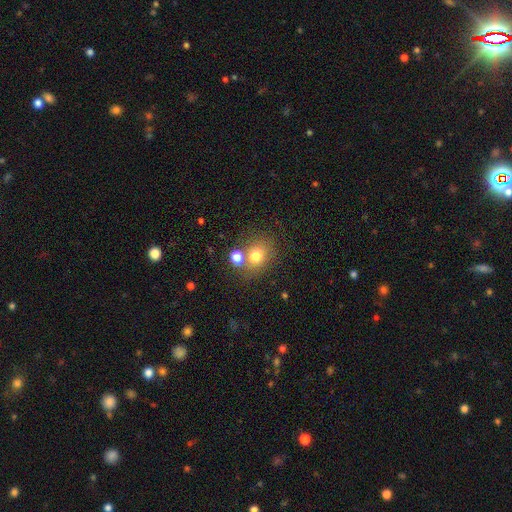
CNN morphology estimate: A smooth galaxy with no disk features (75%) that is round (68%).

Vote fractions:
- Smooth or featured? smooth: 75% / star or artifact: 14% / featured or disk: 11%
- How rounded? round: 68% / in between: 31% / cigar-shaped: 1%
- Merging? none: 59% / merger: 25% / minor disturbance: 11% / major disturbance: 5%